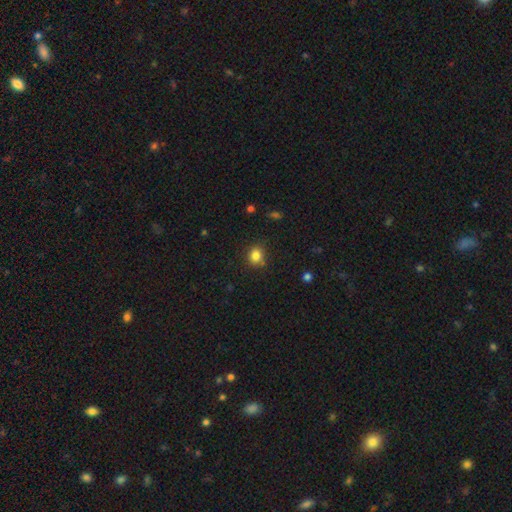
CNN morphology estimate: This is clearly a smooth galaxy (83%). How rounded: likely round (69%). Merging: likely none (80%).